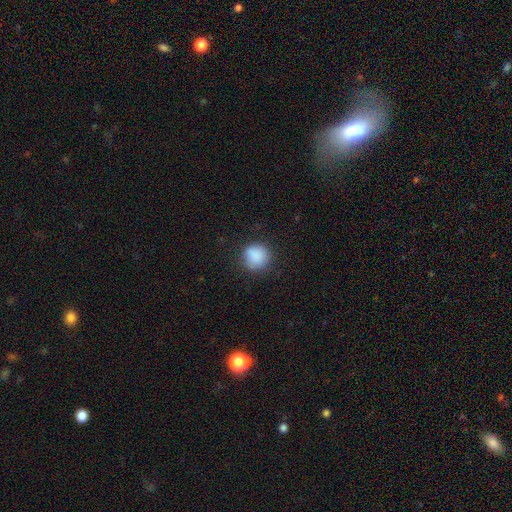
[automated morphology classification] type=smooth (86%); roundness=round (86%); merging=none (77%).